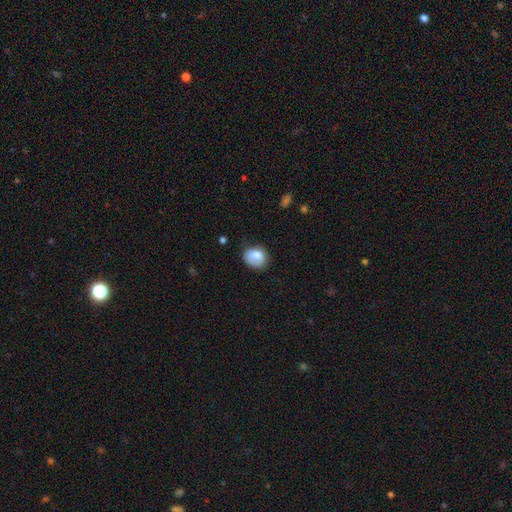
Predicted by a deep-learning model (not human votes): Q: Smooth or featured?
A: smooth (79%); runner-up: featured or disk (13%)
Q: How rounded?
A: round (59%); runner-up: in between (40%)
Q: Merging?
A: none (60%); runner-up: minor disturbance (28%)